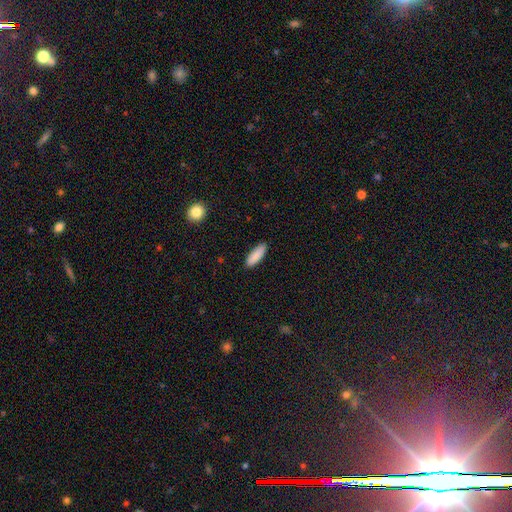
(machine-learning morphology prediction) Smooth or featured: smooth — 89% (star or artifact — 6%)
How rounded: in between — 55% (cigar-shaped — 43%)
Merging: none — 88% (minor disturbance — 9%)